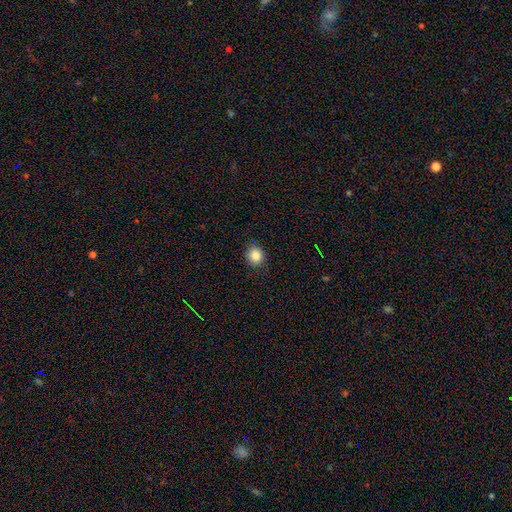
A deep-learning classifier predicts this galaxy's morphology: smooth 84%, star or artifact 10%, featured or disk 5%. Down the decision tree: how rounded — round (87%); merging — none (88%).